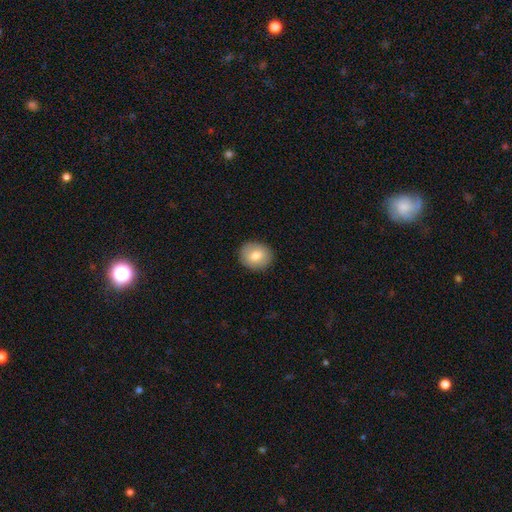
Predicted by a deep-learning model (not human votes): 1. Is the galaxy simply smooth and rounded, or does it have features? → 78% smooth, 15% featured or disk, 8% star or artifact.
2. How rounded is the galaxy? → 73% round, 26% in between, 1% cigar-shaped.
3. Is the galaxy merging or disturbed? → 89% none, 8% minor disturbance, 2% major disturbance, 1% merger.